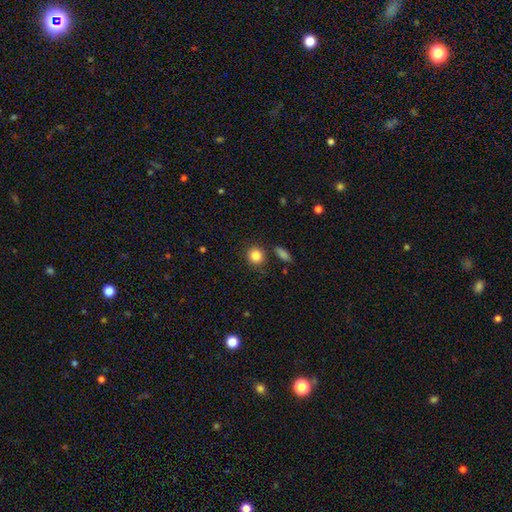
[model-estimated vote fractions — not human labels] A smooth galaxy with no disk features (85%) that is round (86%). Merging: none (84%).